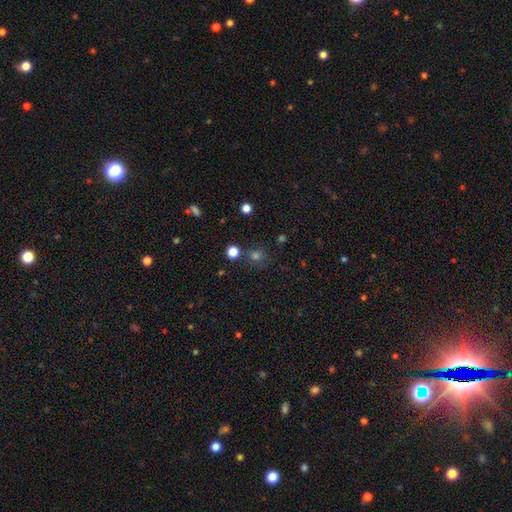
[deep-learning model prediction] Smooth or featured: smooth — 65% (star or artifact — 28%)
How rounded: round — 86% (in between — 13%)
Merging: none — 79% (minor disturbance — 10%)